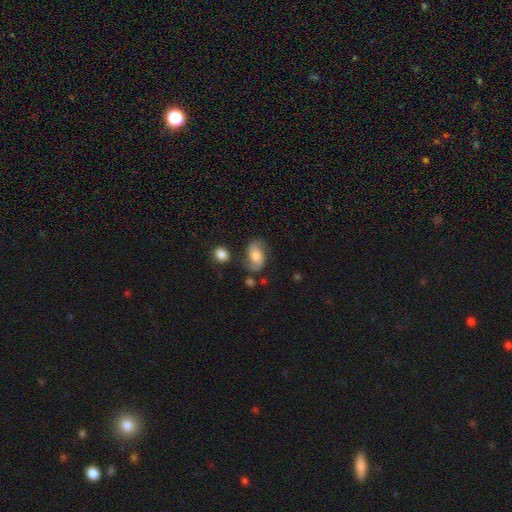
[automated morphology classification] A smooth galaxy with no disk features (51%) that is in between round and cigar-shaped (86%). Merging: none (65%).